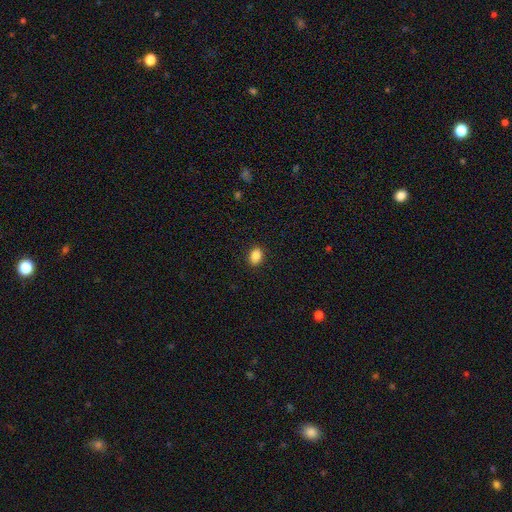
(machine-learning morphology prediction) smooth 87%, star or artifact 9%, featured or disk 4%. Down the decision tree: how rounded — in between (75%); merging — none (90%).